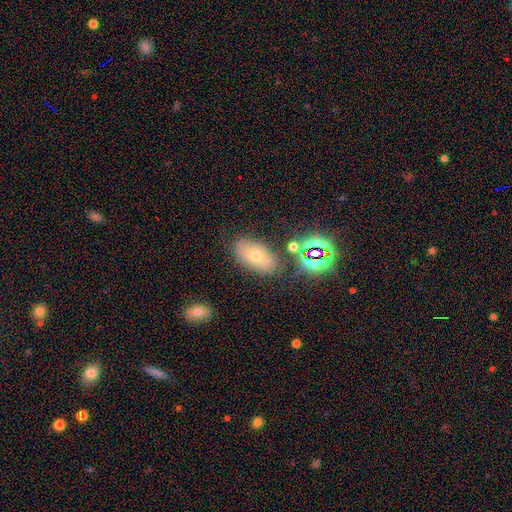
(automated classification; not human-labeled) smooth 49%, featured or disk 27%, star or artifact 24%. Down the decision tree: merging — none (79%).